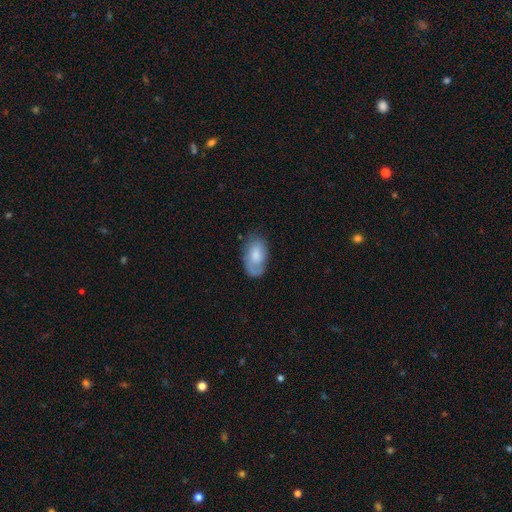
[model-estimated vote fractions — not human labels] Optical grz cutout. It shows a smooth galaxy with no disk features (66%) that is in between round and cigar-shaped (93%). Merging: none (60%).